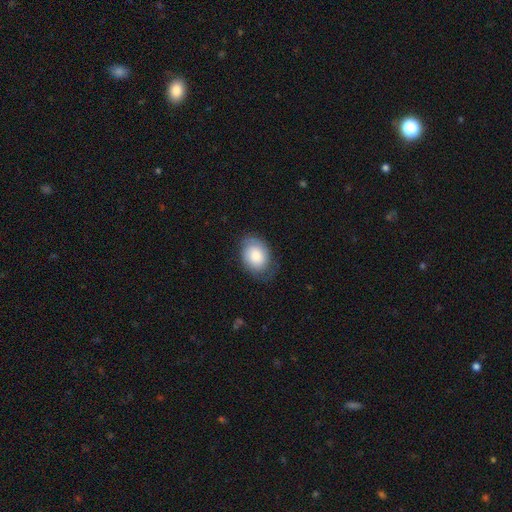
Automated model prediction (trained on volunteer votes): smooth 71%, featured or disk 22%, star or artifact 7%. Down the decision tree: how rounded — in between (72%); merging — none (64%).